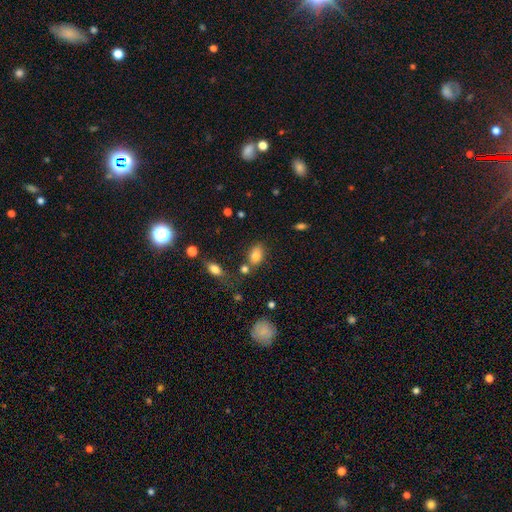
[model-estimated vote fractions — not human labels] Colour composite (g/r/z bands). It shows a smooth galaxy with no disk features (81%) that is in between round and cigar-shaped (84%). Merging: none (68%).